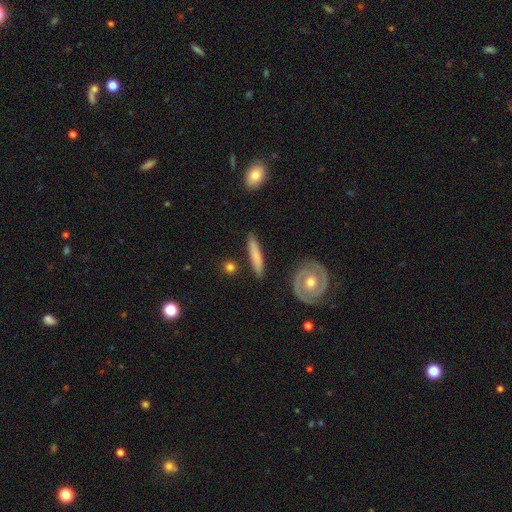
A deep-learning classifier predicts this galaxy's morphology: Smooth or featured? Predicted: smooth (p=0.63). How rounded? Predicted: cigar-shaped (p=0.92). Merging? Predicted: none (p=0.89).